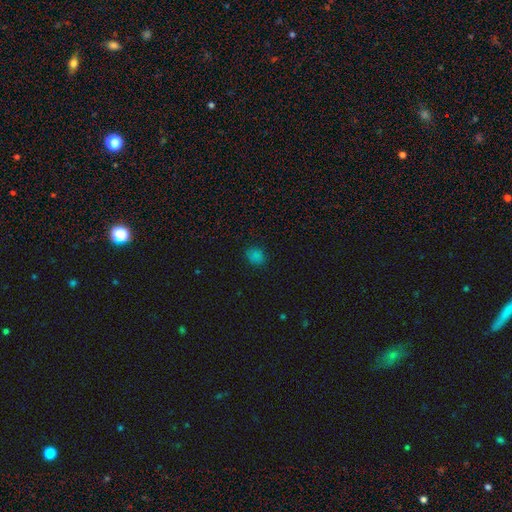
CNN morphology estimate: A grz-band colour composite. It shows a smooth galaxy with no disk features (77%) that is round (66%). Merging: none (88%).